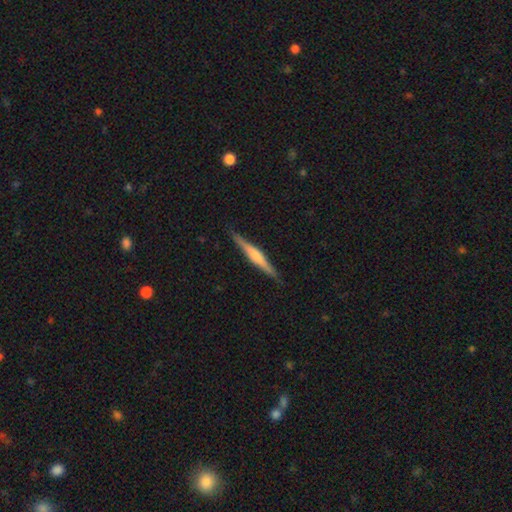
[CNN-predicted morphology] featured or disk 66%, smooth 28%, star or artifact 6%. Down the decision tree: edge-on disk — yes (98%); edge-on bulge — rounded (70%); merging — none (90%).